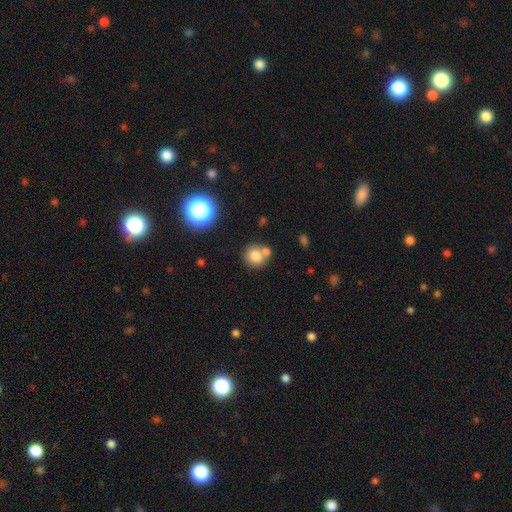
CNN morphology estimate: smooth_or_featured: smooth (p=0.77) [alt: star or artifact p=0.11]
how_rounded: round (p=0.81) [alt: in between p=0.18]
merging: none (p=0.54) [alt: merger p=0.32]